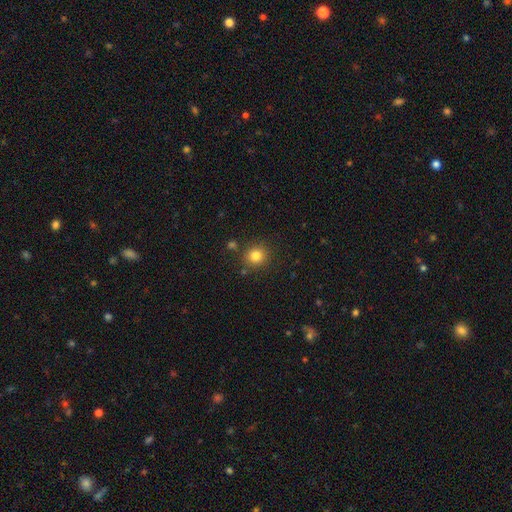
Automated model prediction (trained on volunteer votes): smooth 82%, star or artifact 12%, featured or disk 6%. Down the decision tree: how rounded — round (88%); merging — none (84%).